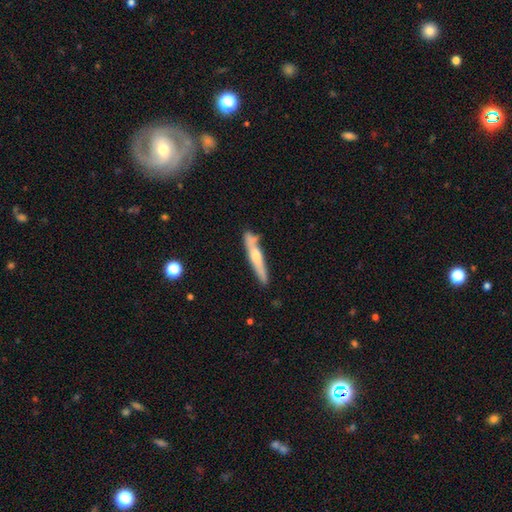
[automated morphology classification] smooth_or_featured: featured or disk (p=0.69) [alt: smooth p=0.25]
disk_edge_on: yes (p=0.87) [alt: no p=0.13]
edge_on_bulge: rounded (p=0.84) [alt: none p=0.11]
merging: none (p=0.75) [alt: minor disturbance p=0.15]